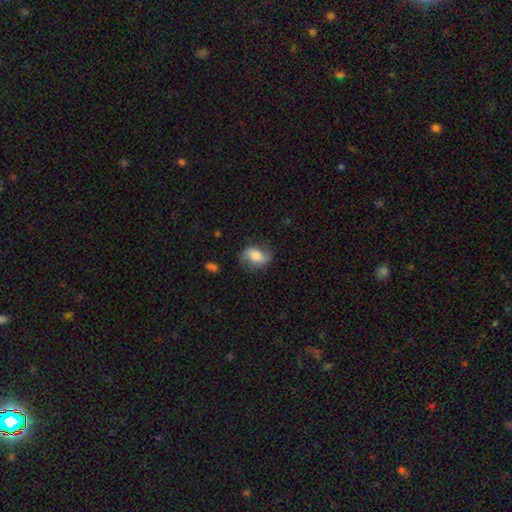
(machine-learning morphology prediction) smooth_or_featured: smooth (p=0.52) [alt: featured or disk p=0.41]
how_rounded: in between (p=0.74) [alt: round p=0.23]
merging: none (p=0.71) [alt: minor disturbance p=0.20]